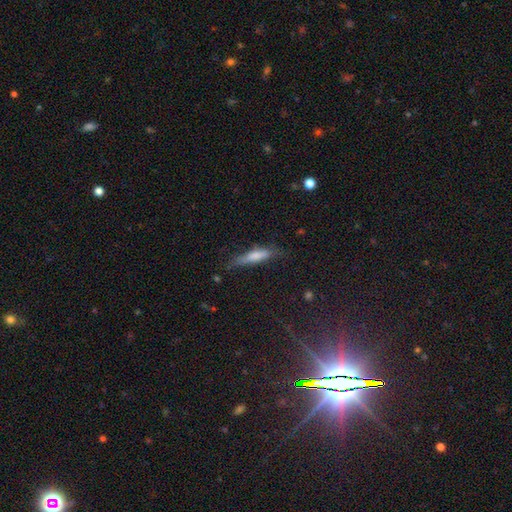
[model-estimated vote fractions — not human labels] smooth_or_featured: smooth (p=0.65) [alt: featured or disk p=0.27]
how_rounded: cigar-shaped (p=0.79) [alt: in between p=0.19]
merging: none (p=0.66) [alt: minor disturbance p=0.24]